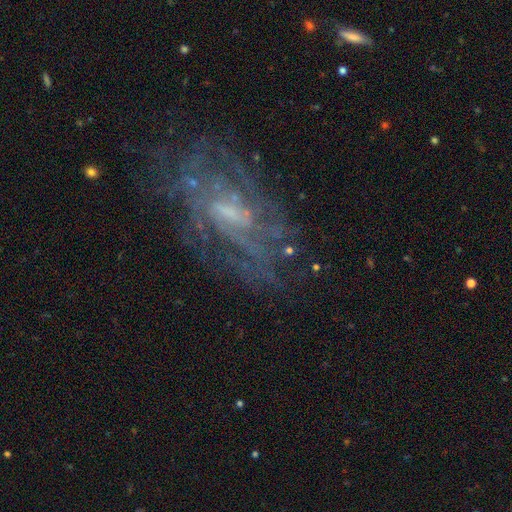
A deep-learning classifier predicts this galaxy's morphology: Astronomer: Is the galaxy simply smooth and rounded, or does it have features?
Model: featured or disk — 75%.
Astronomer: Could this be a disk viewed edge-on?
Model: no — 94%.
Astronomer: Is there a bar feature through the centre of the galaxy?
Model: weak — 48% (runner-up: no, 39%).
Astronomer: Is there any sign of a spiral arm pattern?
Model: yes — 76%.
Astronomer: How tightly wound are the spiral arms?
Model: tight — 46% (runner-up: medium, 36%).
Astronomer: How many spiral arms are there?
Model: can't tell — 60%.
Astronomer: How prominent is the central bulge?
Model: small — 50% (runner-up: moderate, 28%).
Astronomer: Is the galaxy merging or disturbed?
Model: none — 67%.